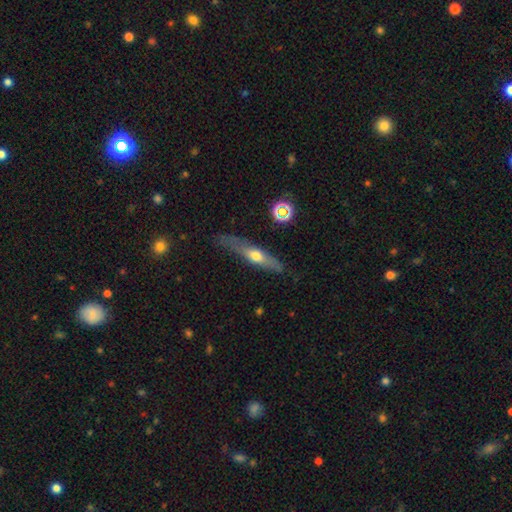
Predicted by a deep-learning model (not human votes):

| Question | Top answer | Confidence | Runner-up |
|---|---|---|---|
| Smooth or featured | featured or disk | 51% | smooth (41%) |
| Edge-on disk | yes | 78% | no (22%) |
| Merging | none | 68% | minor disturbance (23%) |